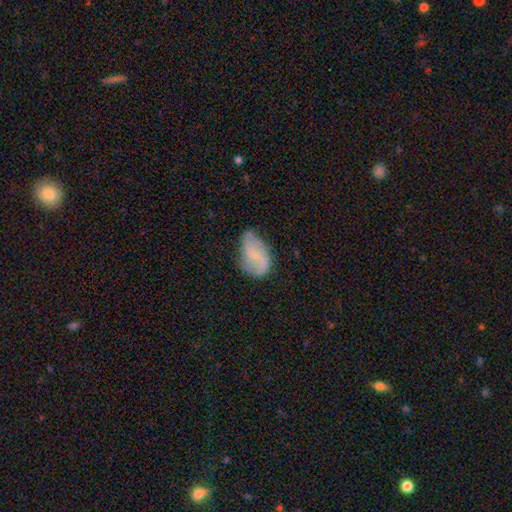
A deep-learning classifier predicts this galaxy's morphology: A featured or disk galaxy (47%).

Vote fractions:
- Smooth or featured? featured or disk: 47% / smooth: 45% / star or artifact: 8%
- Merging? none: 49% / minor disturbance: 37% / major disturbance: 12% / merger: 2%